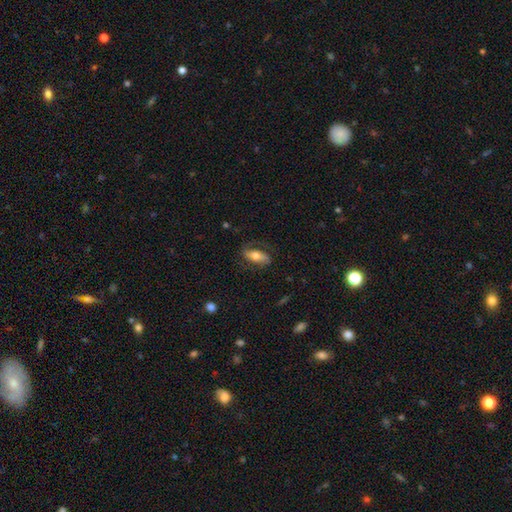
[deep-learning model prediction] Smooth or featured? featured or disk (48%)
Merging? none (66%)